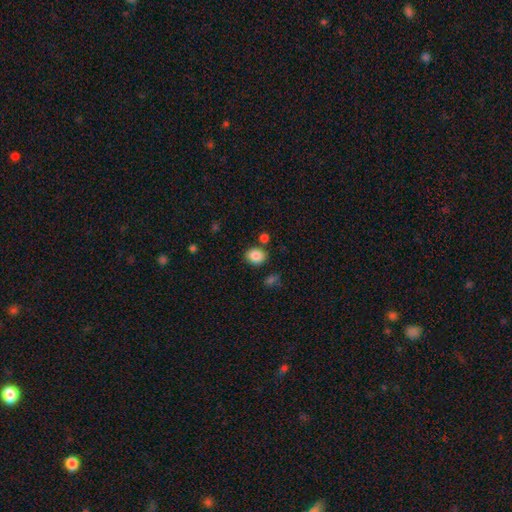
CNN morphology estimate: Smooth or featured?
  - smooth: 86% *
  - star or artifact: 9%
  - featured or disk: 5%
How rounded?
  - round: 51% *
  - in between: 48%
  - cigar-shaped: 1%
Merging?
  - none: 79% *
  - minor disturbance: 11%
  - merger: 7%
  - major disturbance: 3%